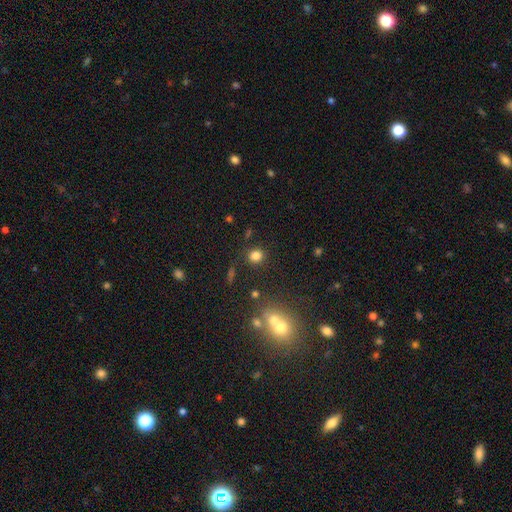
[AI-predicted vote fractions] Smooth or featured? smooth (81%)
How rounded? round (81%)
Merging? none (85%)